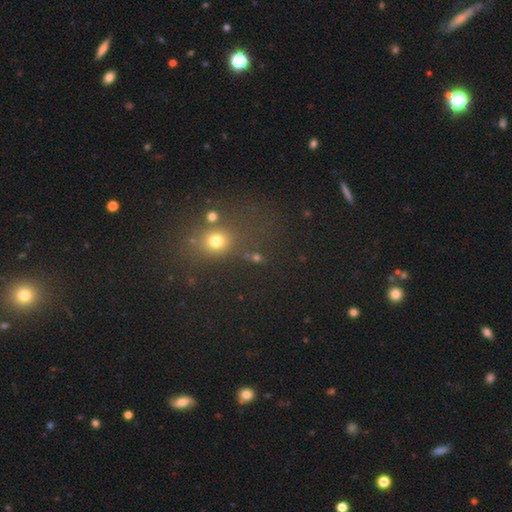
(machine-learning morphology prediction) Smooth or featured? Predicted: smooth (p=0.57). How rounded? Predicted: round (p=0.66). Merging? Predicted: none (p=0.66).